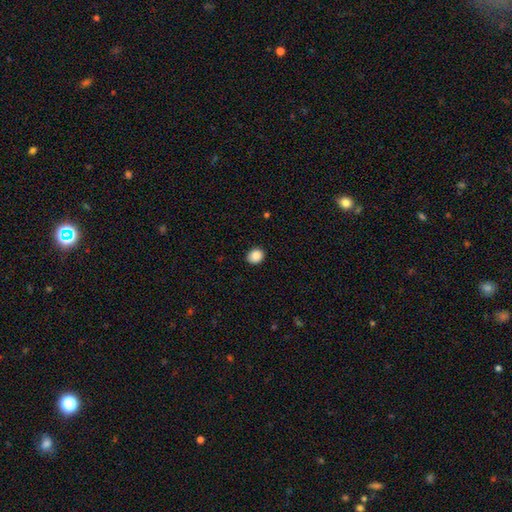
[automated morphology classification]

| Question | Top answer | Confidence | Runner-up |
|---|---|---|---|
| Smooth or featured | smooth | 88% | star or artifact (9%) |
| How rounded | round | 69% | in between (30%) |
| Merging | none | 90% | minor disturbance (7%) |